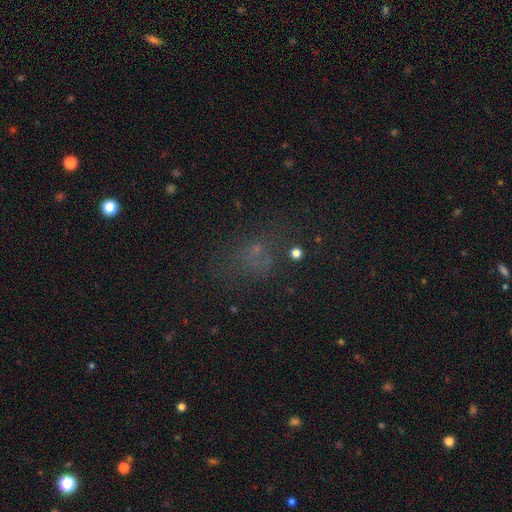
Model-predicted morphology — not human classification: Q: Smooth or featured?
A: smooth (43%); runner-up: star or artifact (39%)
Q: Merging?
A: none (56%); runner-up: major disturbance (19%)